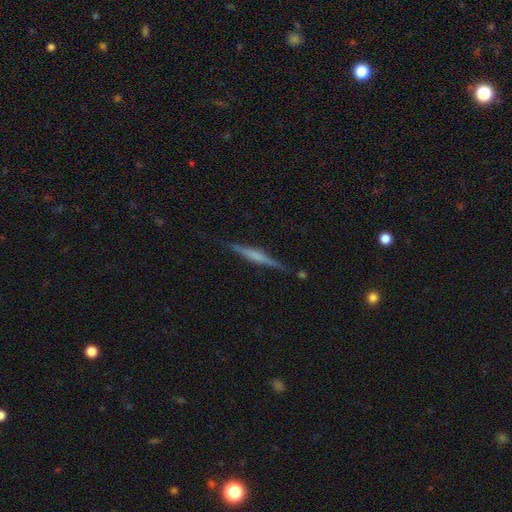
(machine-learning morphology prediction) The model was most divided on "edge-on bulge": rounded: 39%, none: 34%, boxy: 26%. More confident: edge-on disk — yes (98%); merging — none (87%); smooth or featured — featured or disk (64%).